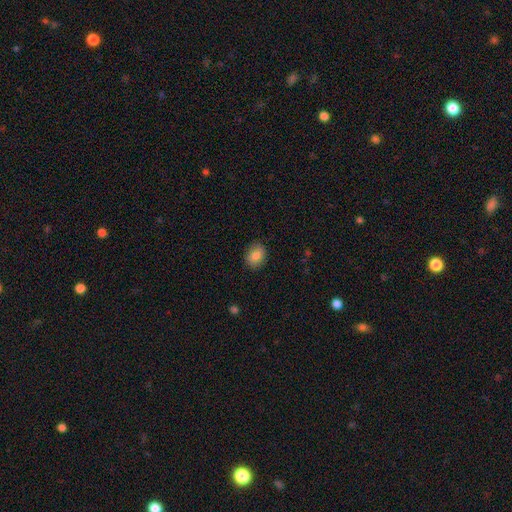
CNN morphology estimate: A smooth galaxy with no disk features (86%) that is in between round and cigar-shaped (56%).

Vote fractions:
- Smooth or featured? smooth: 86% / star or artifact: 8% / featured or disk: 6%
- How rounded? in between: 56% / round: 43% / cigar-shaped: 1%
- Merging? none: 86% / minor disturbance: 11% / major disturbance: 3% / merger: 1%